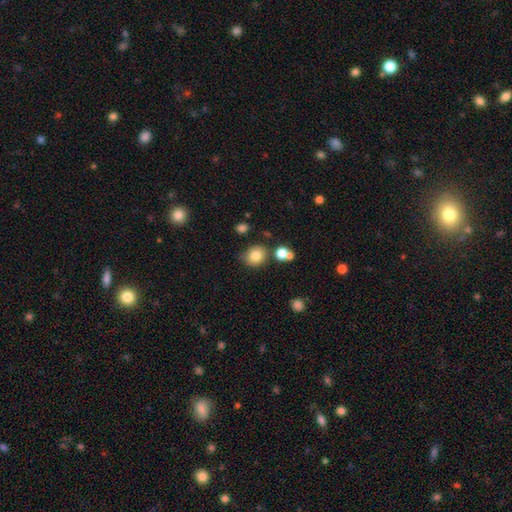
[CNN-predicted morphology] Smooth or featured? Predicted: smooth (p=0.82). How rounded? Predicted: round (p=0.70). Merging? Predicted: none (p=0.73).